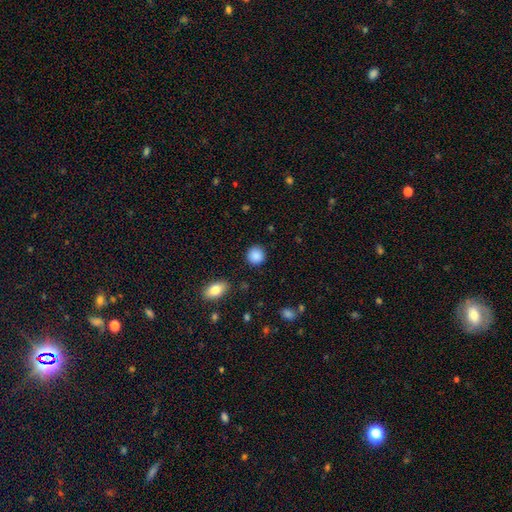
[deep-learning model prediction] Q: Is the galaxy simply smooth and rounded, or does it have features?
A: smooth — 89%.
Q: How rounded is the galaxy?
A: round — 90%.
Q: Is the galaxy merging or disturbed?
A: none — 89%.